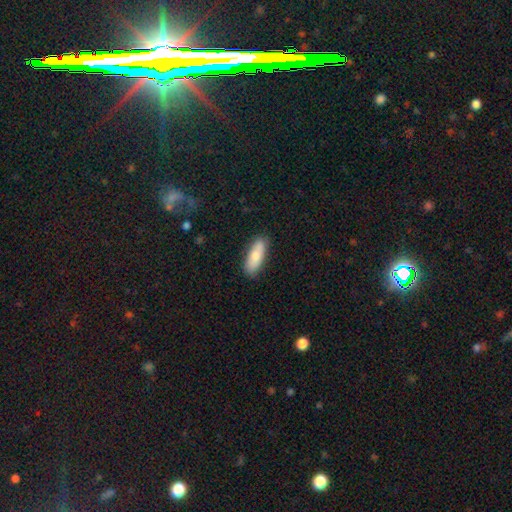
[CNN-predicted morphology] Smooth or featured? Predicted: smooth (p=0.76). How rounded? Predicted: in between (p=0.68). Merging? Predicted: none (p=0.86).